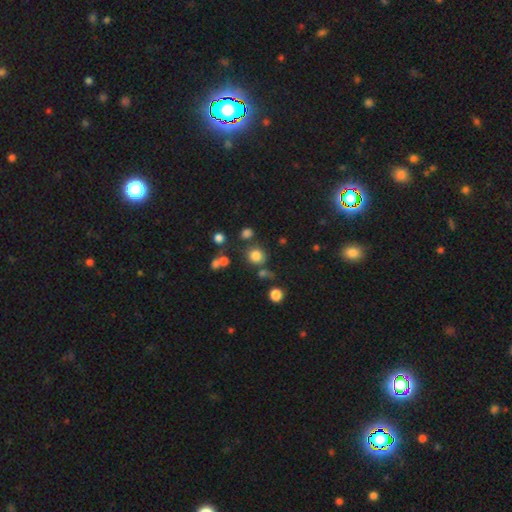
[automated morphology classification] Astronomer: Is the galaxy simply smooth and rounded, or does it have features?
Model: smooth — 79%.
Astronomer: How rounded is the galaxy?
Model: round — 87%.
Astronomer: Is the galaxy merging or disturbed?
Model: none — 72%.